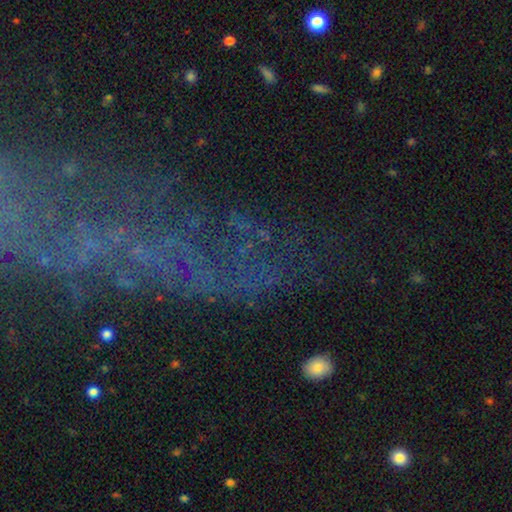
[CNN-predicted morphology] This appears to be a star or artifact, not a galaxy (43%).